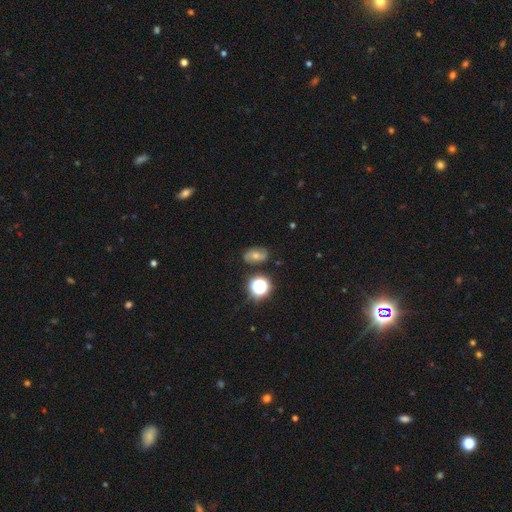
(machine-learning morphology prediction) A smooth galaxy with no disk features (35%). Merging: none (81%).